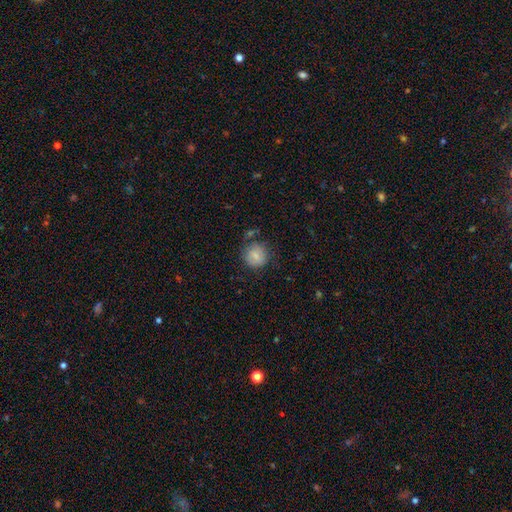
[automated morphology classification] smooth 79%, featured or disk 12%, star or artifact 9%. Down the decision tree: how rounded — round (88%); merging — none (70%).